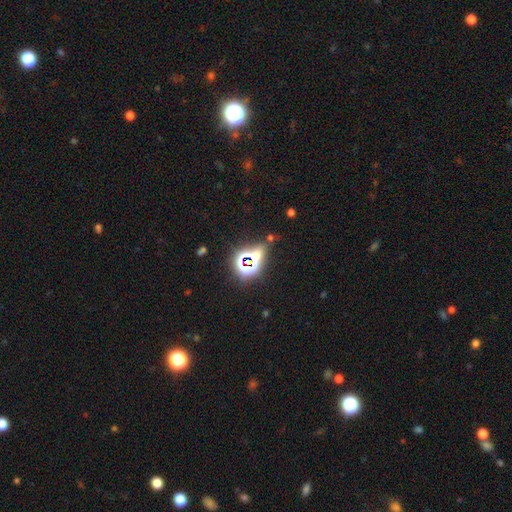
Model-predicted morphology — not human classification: smooth_or_featured: star or artifact (p=0.66) [alt: smooth p=0.25]